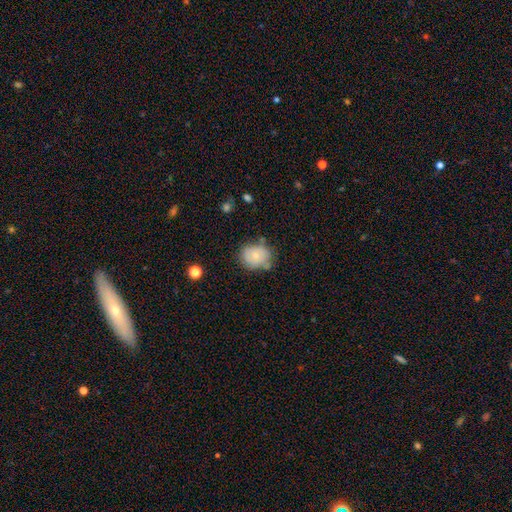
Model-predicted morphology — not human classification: smooth_or_featured: smooth (p=0.64) [alt: featured or disk p=0.28]
how_rounded: round (p=0.57) [alt: in between p=0.42]
merging: none (p=0.57) [alt: minor disturbance p=0.30]